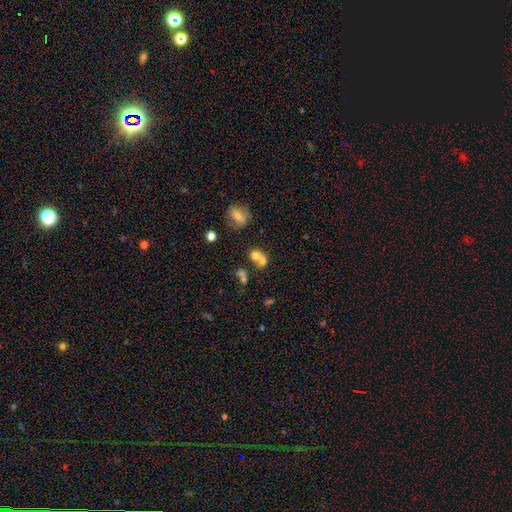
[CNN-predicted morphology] This is likely a smooth galaxy (67%). How rounded: likely round (67%). Merging: likely merger (61%).